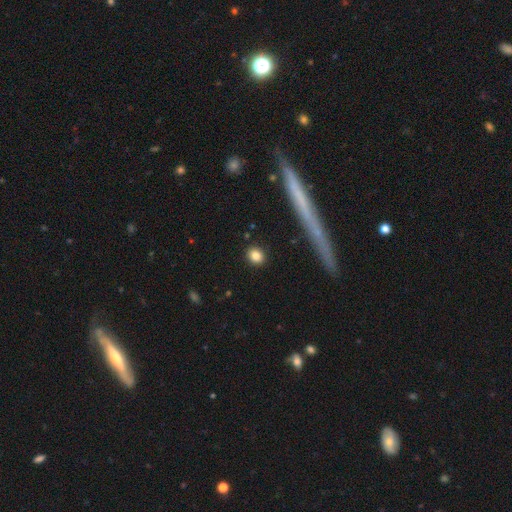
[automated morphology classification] This is clearly a smooth galaxy (84%). How rounded: likely round (75%). Merging: clearly none (90%).